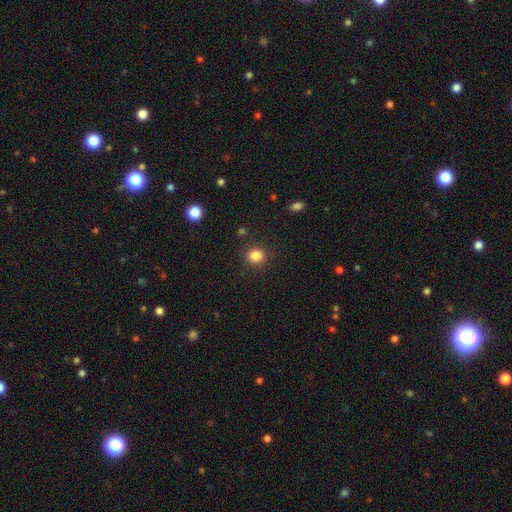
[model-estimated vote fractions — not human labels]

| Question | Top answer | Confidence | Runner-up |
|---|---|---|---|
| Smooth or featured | smooth | 85% | star or artifact (11%) |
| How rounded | round | 79% | in between (20%) |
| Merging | none | 87% | minor disturbance (8%) |